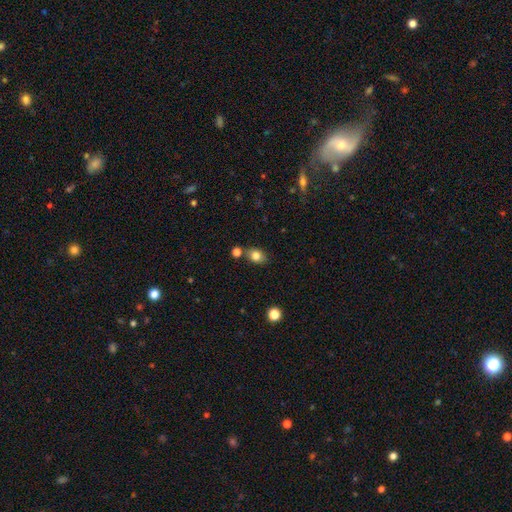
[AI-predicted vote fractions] This is clearly a smooth galaxy (80%). How rounded: possibly in between (60%). Merging: likely none (72%).